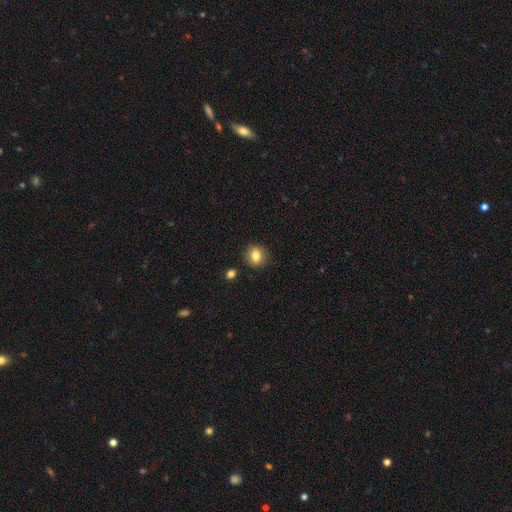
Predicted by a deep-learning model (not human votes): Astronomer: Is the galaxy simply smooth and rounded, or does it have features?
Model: smooth — 80%.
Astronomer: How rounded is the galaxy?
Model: round — 77%.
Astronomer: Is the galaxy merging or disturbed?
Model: none — 88%.